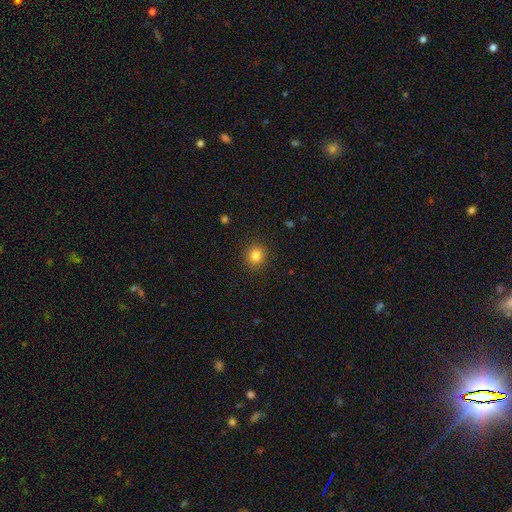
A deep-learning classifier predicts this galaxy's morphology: Smooth or featured: smooth — 83% (star or artifact — 12%)
How rounded: round — 85% (in between — 14%)
Merging: none — 89% (minor disturbance — 7%)